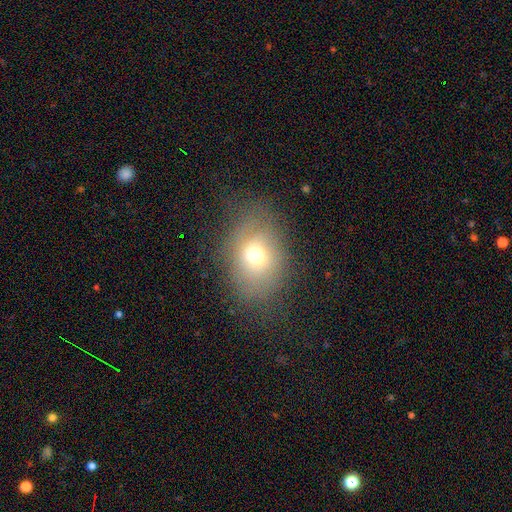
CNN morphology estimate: smooth 65%, featured or disk 19%, star or artifact 15%. Down the decision tree: how rounded — in between (60%); merging — none (65%).